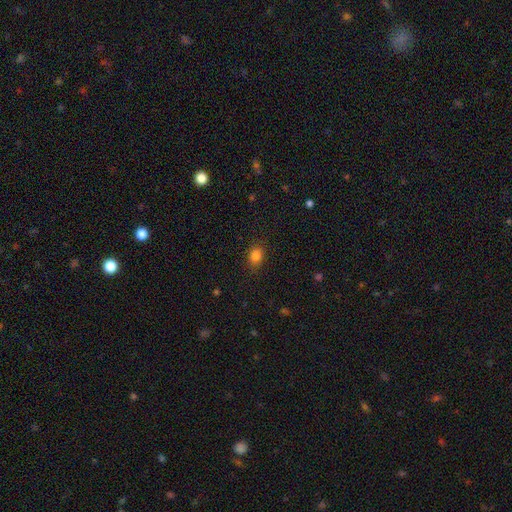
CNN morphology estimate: A smooth galaxy with no disk features (83%) that is in between round and cigar-shaped (56%).

Vote fractions:
- Smooth or featured? smooth: 83% / star or artifact: 12% / featured or disk: 5%
- How rounded? in between: 56% / round: 43% / cigar-shaped: 1%
- Merging? none: 84% / minor disturbance: 12% / major disturbance: 3% / merger: 1%